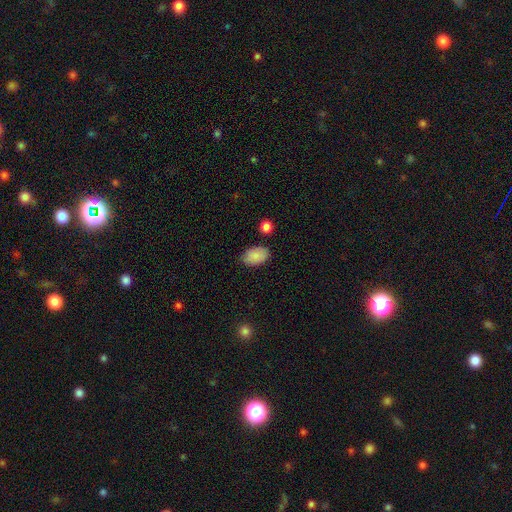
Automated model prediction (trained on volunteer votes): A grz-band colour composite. It shows a smooth galaxy with no disk features (88%) that is in between round and cigar-shaped (91%). Merging: none (82%).